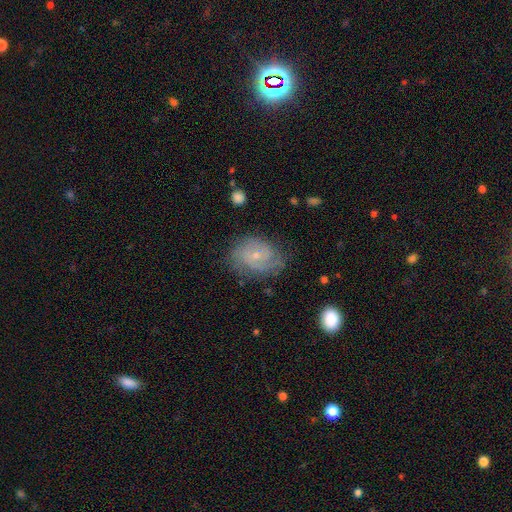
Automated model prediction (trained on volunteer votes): Smooth or featured? featured or disk (69%)
Edge-on disk? no (97%)
Bar? no (67%)
Spiral arms? yes (89%)
Spiral winding? tight (53%)
Spiral arm count? 2 (41%)
Bulge size? small (73%)
Merging? none (68%)